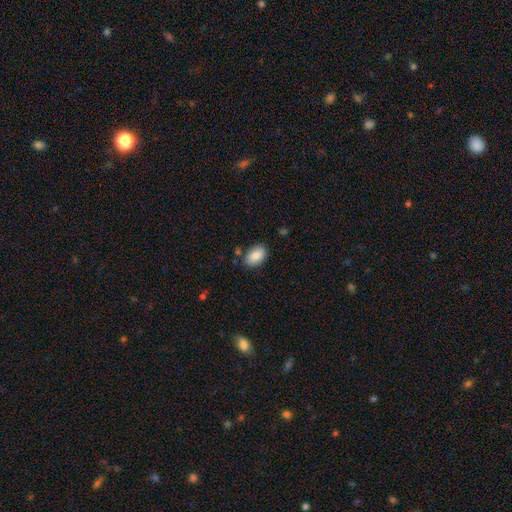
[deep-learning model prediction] smooth_or_featured: smooth (p=0.85) [alt: featured or disk p=0.08]
how_rounded: in between (p=0.92) [alt: round p=0.06]
merging: none (p=0.82) [alt: minor disturbance p=0.12]